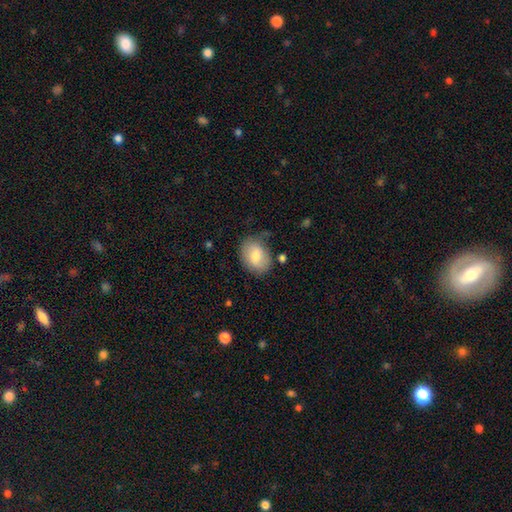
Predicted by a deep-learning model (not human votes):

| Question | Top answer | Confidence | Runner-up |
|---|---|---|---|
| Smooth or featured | smooth | 73% | featured or disk (20%) |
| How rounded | in between | 68% | round (30%) |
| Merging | none | 72% | minor disturbance (19%) |